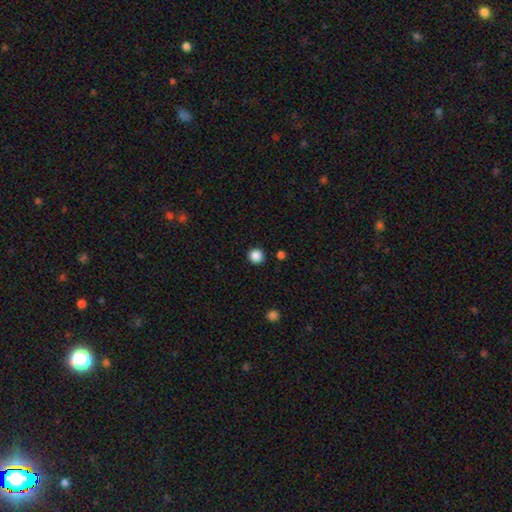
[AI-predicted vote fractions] Q: Smooth or featured?
A: smooth (87%); runner-up: star or artifact (11%)
Q: How rounded?
A: round (96%); runner-up: in between (3%)
Q: Merging?
A: none (92%); runner-up: minor disturbance (5%)